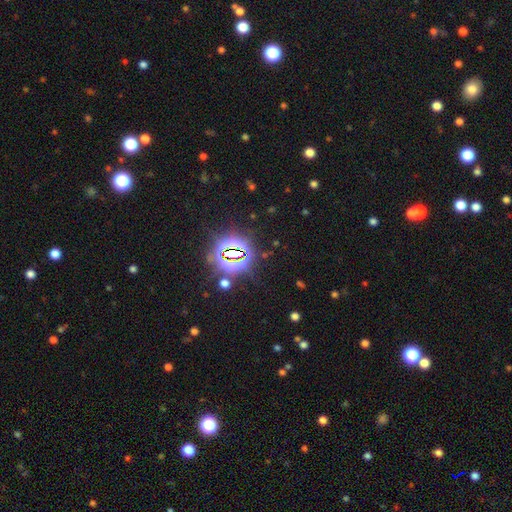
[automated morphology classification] This appears to be a star or artifact, not a galaxy (82%).